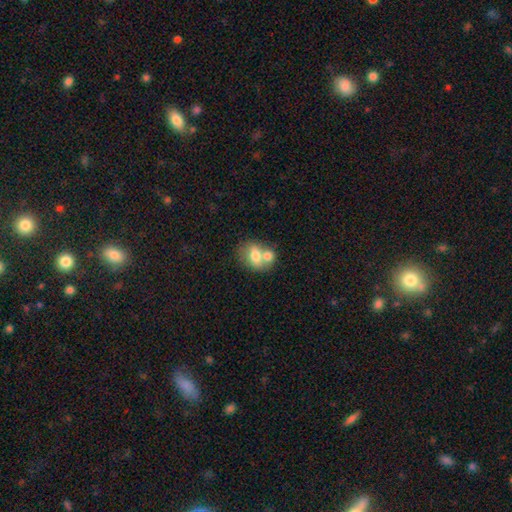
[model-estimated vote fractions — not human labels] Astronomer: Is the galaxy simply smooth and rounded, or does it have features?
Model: smooth — 69%.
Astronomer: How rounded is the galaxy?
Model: in between — 60% (runner-up: round, 38%).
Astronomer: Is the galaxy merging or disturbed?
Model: merger — 56%.